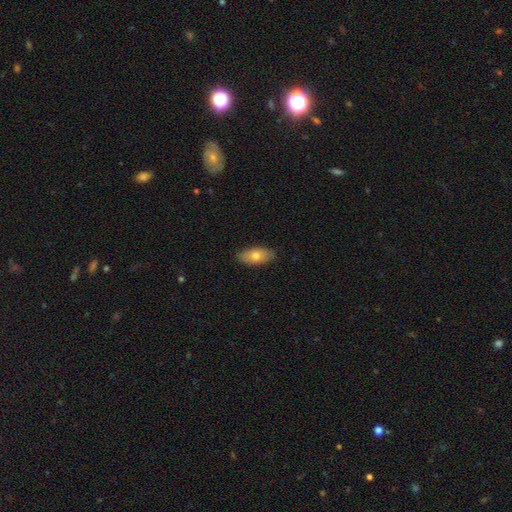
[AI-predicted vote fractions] Q: Smooth or featured?
A: smooth (73%); runner-up: featured or disk (21%)
Q: How rounded?
A: in between (88%); runner-up: cigar-shaped (9%)
Q: Merging?
A: none (86%); runner-up: minor disturbance (11%)